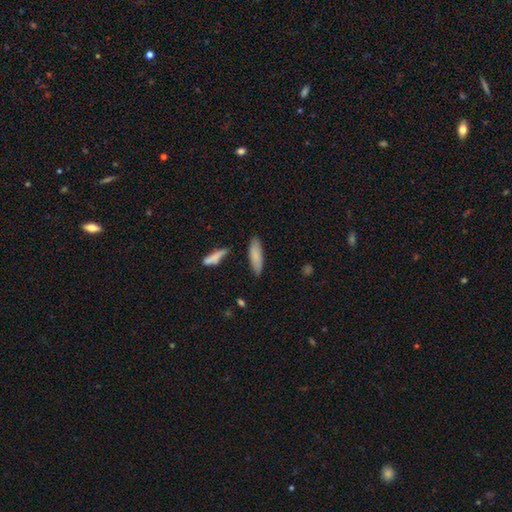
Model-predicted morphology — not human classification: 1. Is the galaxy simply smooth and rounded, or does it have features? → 81% smooth, 12% featured or disk, 6% star or artifact.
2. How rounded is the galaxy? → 50% cigar-shaped, 48% in between, 2% round.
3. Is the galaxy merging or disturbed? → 76% none, 16% minor disturbance, 5% merger, 3% major disturbance.